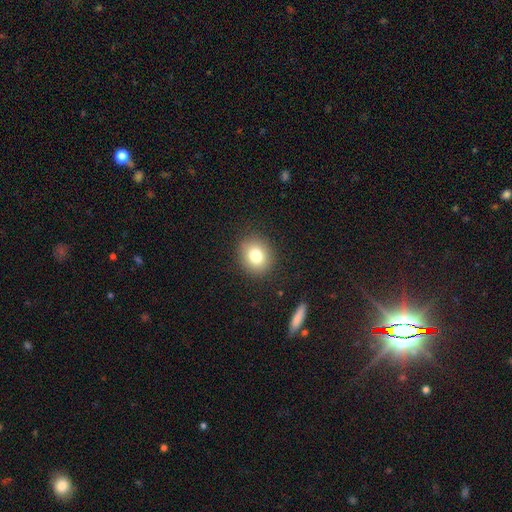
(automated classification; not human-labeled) smooth 79%, star or artifact 11%, featured or disk 11%. Down the decision tree: how rounded — round (71%); merging — none (88%).